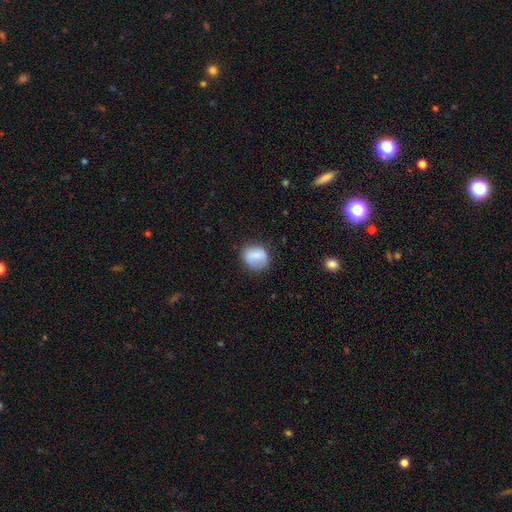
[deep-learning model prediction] Q: Smooth or featured?
A: smooth (77%); runner-up: featured or disk (15%)
Q: How rounded?
A: round (73%); runner-up: in between (26%)
Q: Merging?
A: none (75%); runner-up: minor disturbance (18%)